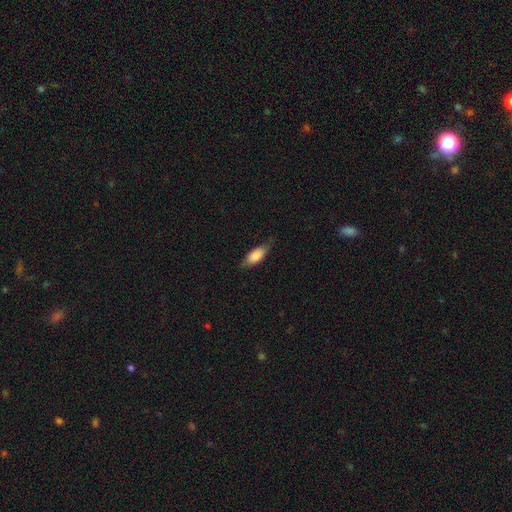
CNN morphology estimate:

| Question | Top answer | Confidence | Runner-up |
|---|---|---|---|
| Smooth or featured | smooth | 79% | featured or disk (15%) |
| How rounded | in between | 79% | cigar-shaped (18%) |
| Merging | none | 69% | minor disturbance (25%) |